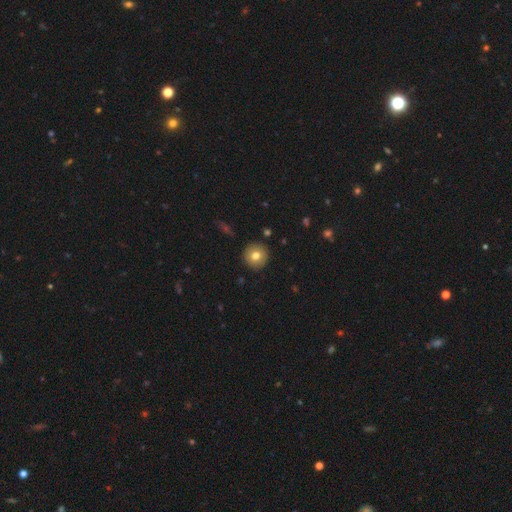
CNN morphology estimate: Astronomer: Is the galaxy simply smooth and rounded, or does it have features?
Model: smooth — 76%.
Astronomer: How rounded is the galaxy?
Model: round — 95%.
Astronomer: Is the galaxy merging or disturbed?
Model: none — 91%.